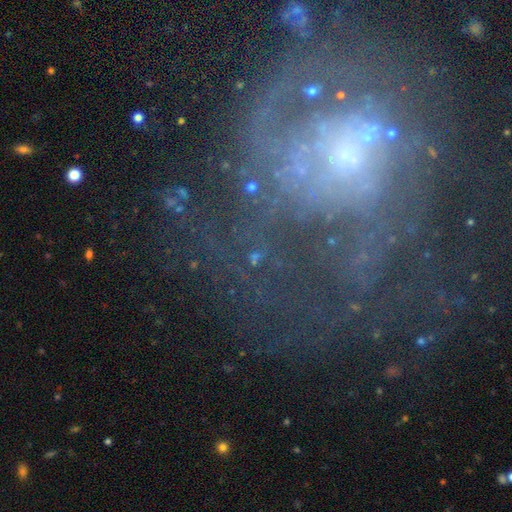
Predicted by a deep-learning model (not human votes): Smooth or featured: featured or disk — 65% (star or artifact — 21%)
Edge-on disk: no — 97% (yes — 3%)
Bar: no — 75% (weak — 18%)
Spiral arms: yes — 64% (no — 36%)
Bulge size: small — 56% (moderate — 23%)
Merging: none — 53% (major disturbance — 26%)